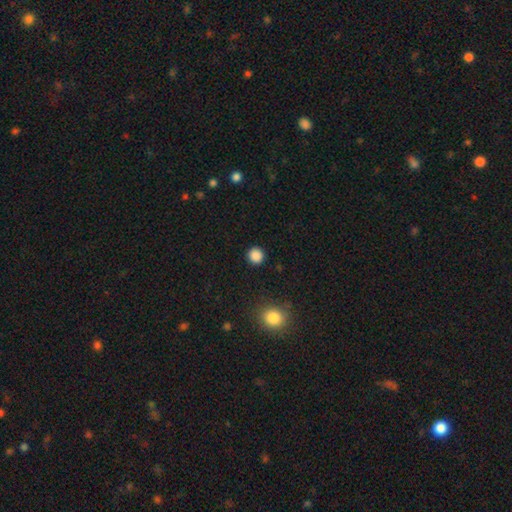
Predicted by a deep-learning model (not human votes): Q: Smooth or featured?
A: smooth (87%); runner-up: star or artifact (10%)
Q: How rounded?
A: round (94%); runner-up: in between (5%)
Q: Merging?
A: none (91%); runner-up: minor disturbance (5%)